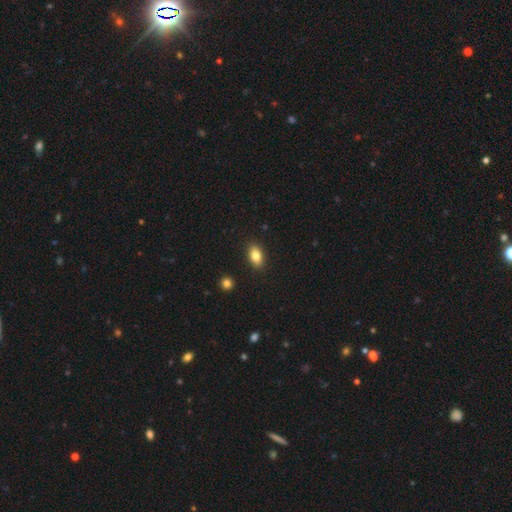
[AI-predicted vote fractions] Smooth or featured: smooth — 84% (star or artifact — 8%)
How rounded: in between — 88% (round — 9%)
Merging: none — 89% (minor disturbance — 8%)